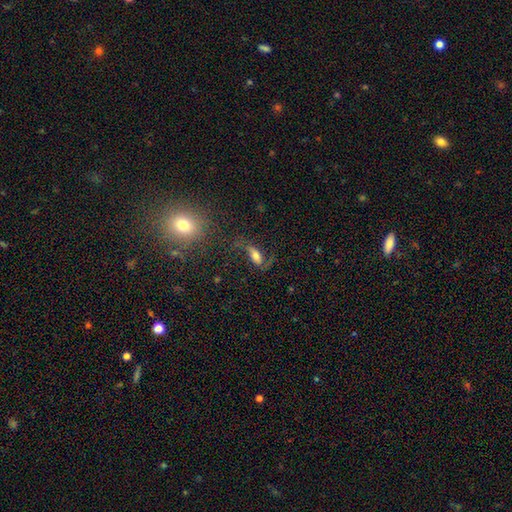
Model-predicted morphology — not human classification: A featured or disk galaxy (55%).

Vote fractions:
- Smooth or featured? featured or disk: 55% / smooth: 34% / star or artifact: 11%
- Edge-on disk? no: 86% / yes: 14%
- Merging? none: 55% / major disturbance: 22% / minor disturbance: 19% / merger: 4%